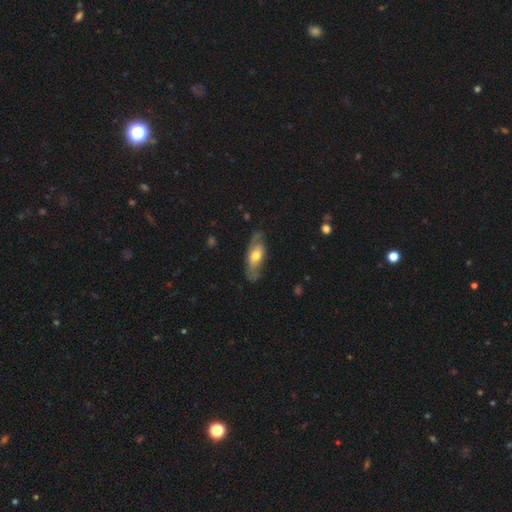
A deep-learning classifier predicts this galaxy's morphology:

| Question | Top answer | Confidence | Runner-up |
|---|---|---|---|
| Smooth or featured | featured or disk | 57% | smooth (38%) |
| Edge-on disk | no | 75% | yes (25%) |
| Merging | none | 69% | minor disturbance (22%) |